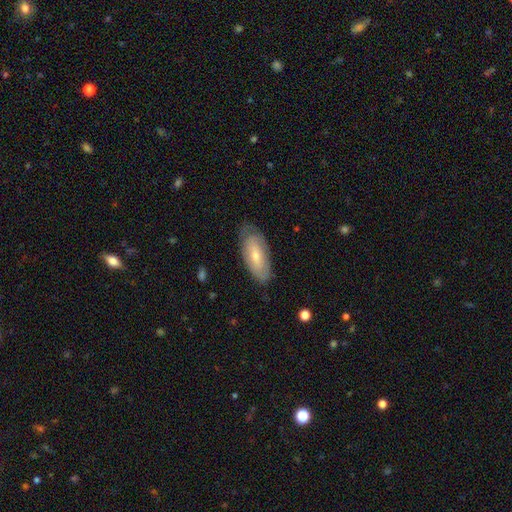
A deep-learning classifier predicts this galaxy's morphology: This is possibly a smooth galaxy (56%). How rounded: clearly in between (85%). Merging: likely none (70%).